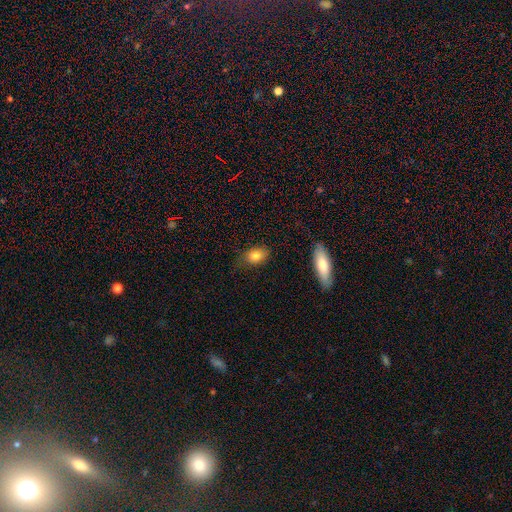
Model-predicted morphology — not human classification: The model was most divided on "merging": none: 75%, minor disturbance: 20%, major disturbance: 4%, merger: 2%. More confident: smooth or featured — smooth (82%); how rounded — in between (80%).